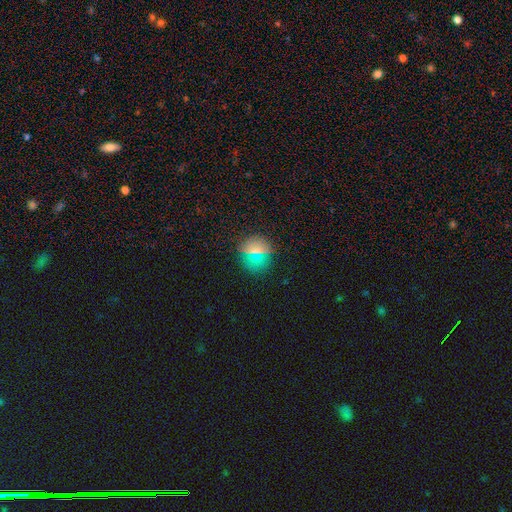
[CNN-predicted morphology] This appears to be a smooth galaxy with no disk features (69%) that is round (88%). Merging: none (87%).